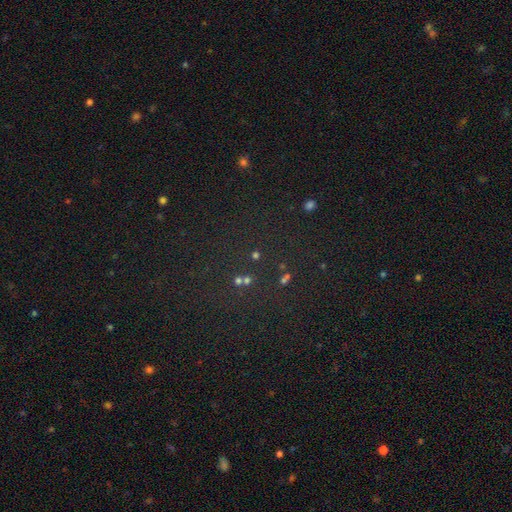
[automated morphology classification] type=star or artifact (57%).